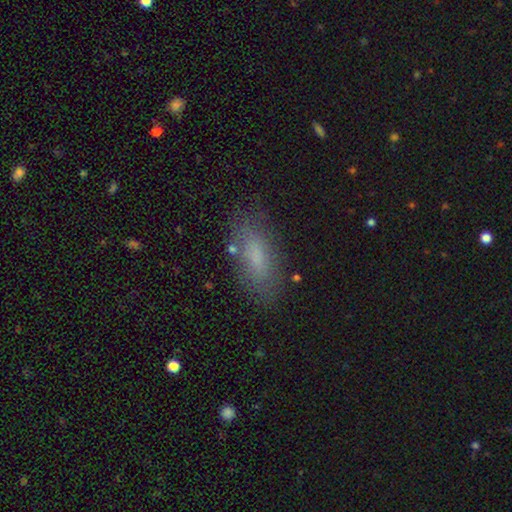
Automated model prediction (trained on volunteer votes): Q: Smooth or featured?
A: smooth (75%); runner-up: featured or disk (16%)
Q: How rounded?
A: in between (69%); runner-up: cigar-shaped (28%)
Q: Merging?
A: none (82%); runner-up: minor disturbance (12%)